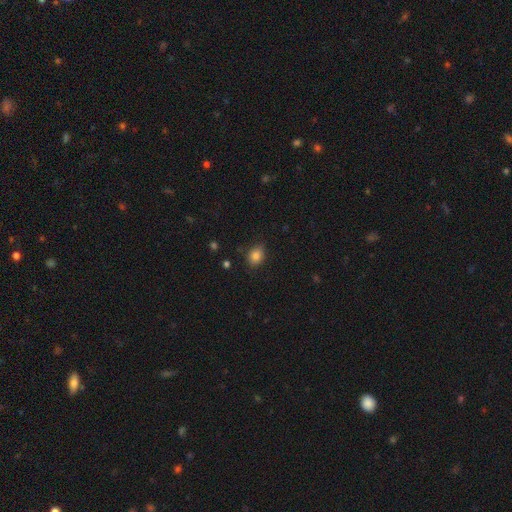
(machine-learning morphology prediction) smooth_or_featured: smooth (p=0.85) [alt: star or artifact p=0.10]
how_rounded: in between (p=0.57) [alt: round p=0.42]
merging: none (p=0.83) [alt: minor disturbance p=0.13]